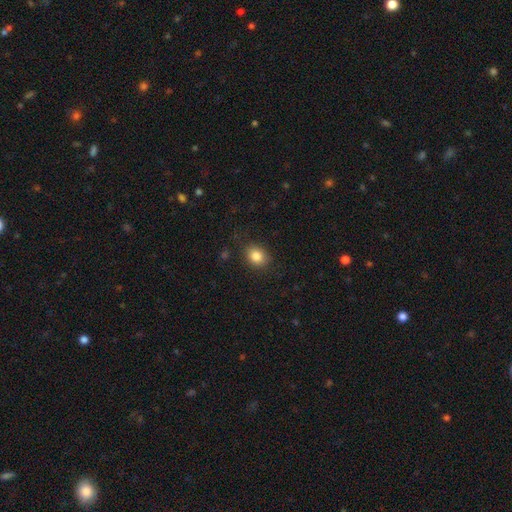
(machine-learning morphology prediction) smooth-or-featured: smooth: 84% | star or artifact: 10% | featured or disk: 6%
  how-rounded: round: 57% | in between: 42% | cigar-shaped: 1%
  merging: none: 84% | minor disturbance: 12% | major disturbance: 3% | merger: 1%